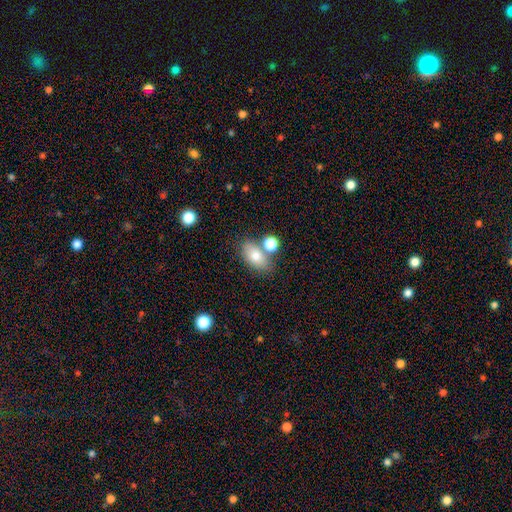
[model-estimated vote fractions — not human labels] Q: Smooth or featured?
A: smooth (75%); runner-up: featured or disk (15%)
Q: How rounded?
A: in between (86%); runner-up: round (12%)
Q: Merging?
A: none (63%); runner-up: merger (20%)